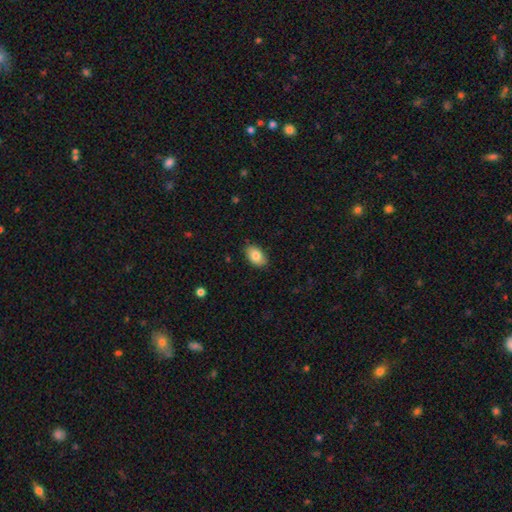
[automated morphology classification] Q: Smooth or featured?
A: smooth (83%); runner-up: featured or disk (9%)
Q: How rounded?
A: in between (91%); runner-up: round (8%)
Q: Merging?
A: none (86%); runner-up: minor disturbance (11%)